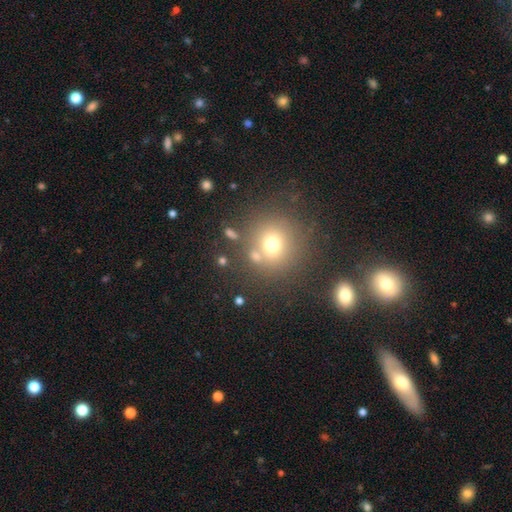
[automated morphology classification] Smooth or featured?
  - smooth: 69% *
  - star or artifact: 19%
  - featured or disk: 13%
How rounded?
  - round: 89% *
  - in between: 10%
  - cigar-shaped: 1%
Merging?
  - none: 71% *
  - merger: 14%
  - minor disturbance: 10%
  - major disturbance: 6%